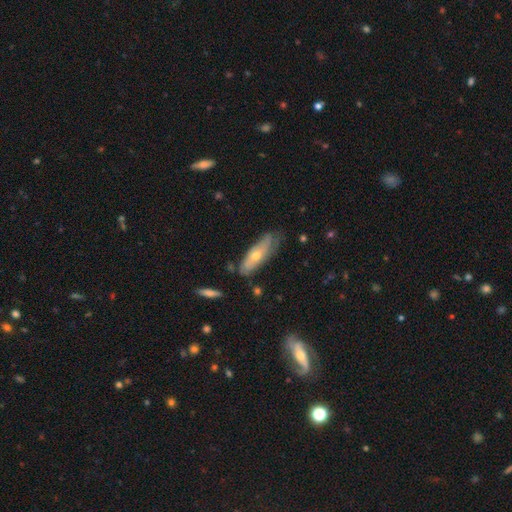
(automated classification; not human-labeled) A featured or disk galaxy (50%). Merging: none (64%).